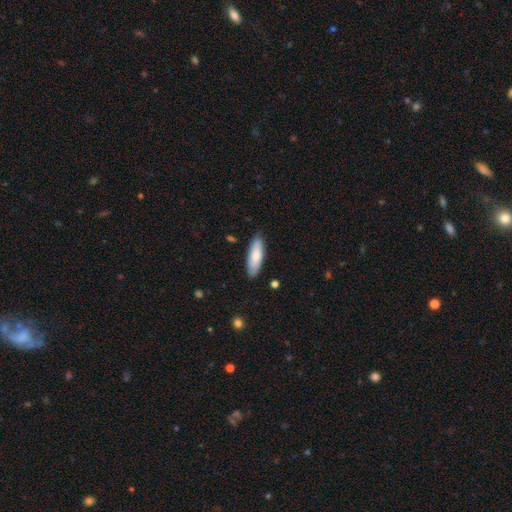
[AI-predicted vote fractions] Q: Smooth or featured?
A: smooth (78%); runner-up: featured or disk (16%)
Q: How rounded?
A: in between (54%); runner-up: cigar-shaped (44%)
Q: Merging?
A: none (86%); runner-up: minor disturbance (11%)